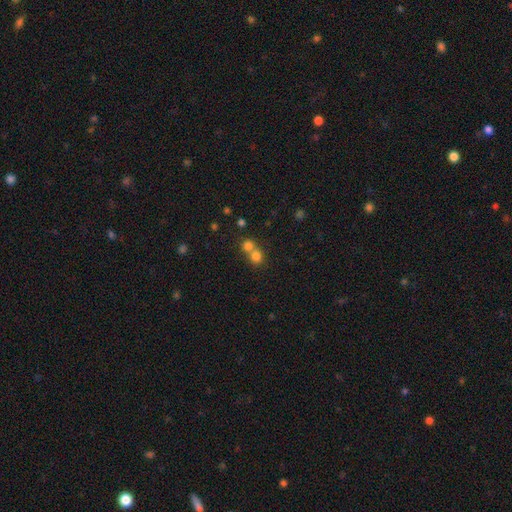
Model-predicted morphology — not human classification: Smooth or featured? smooth (77%)
How rounded? round (84%)
Merging? merger (55%)